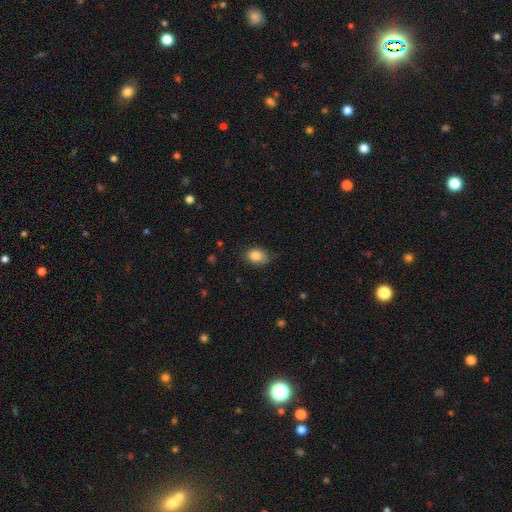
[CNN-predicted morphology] A smooth galaxy with no disk features (83%) that is in between round and cigar-shaped (74%). Merging: none (72%).